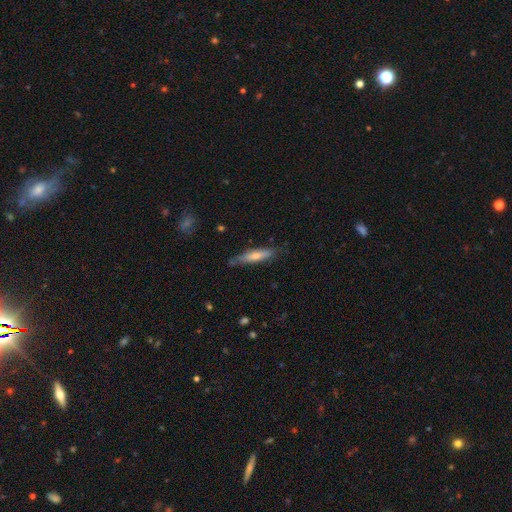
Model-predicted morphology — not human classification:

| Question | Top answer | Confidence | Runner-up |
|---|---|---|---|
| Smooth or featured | smooth | 52% | featured or disk (42%) |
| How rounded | cigar-shaped | 82% | in between (16%) |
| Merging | none | 76% | minor disturbance (18%) |